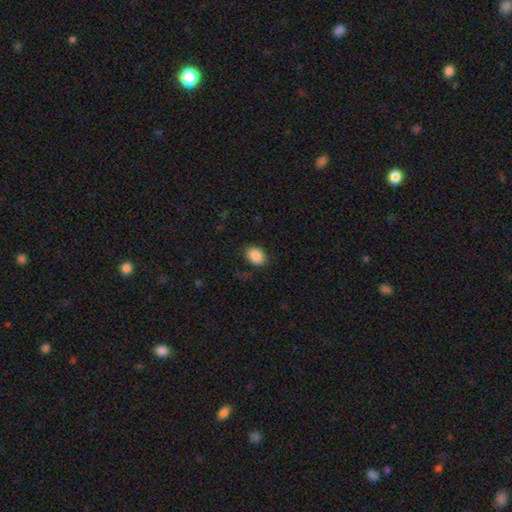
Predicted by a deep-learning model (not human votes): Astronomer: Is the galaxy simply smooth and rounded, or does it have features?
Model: smooth — 88%.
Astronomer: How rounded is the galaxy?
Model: in between — 75%.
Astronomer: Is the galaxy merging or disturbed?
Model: none — 82%.